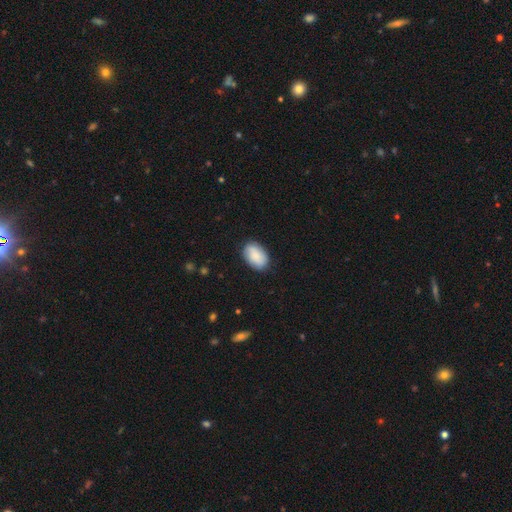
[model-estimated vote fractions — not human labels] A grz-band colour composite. It shows a smooth galaxy with no disk features (86%) that is in between round and cigar-shaped (90%). Merging: none (85%).